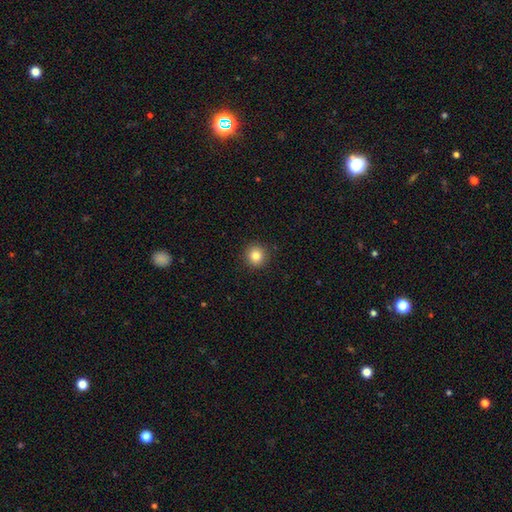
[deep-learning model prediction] Morphology: type=smooth (83%); roundness=round (94%); merging=none (92%).